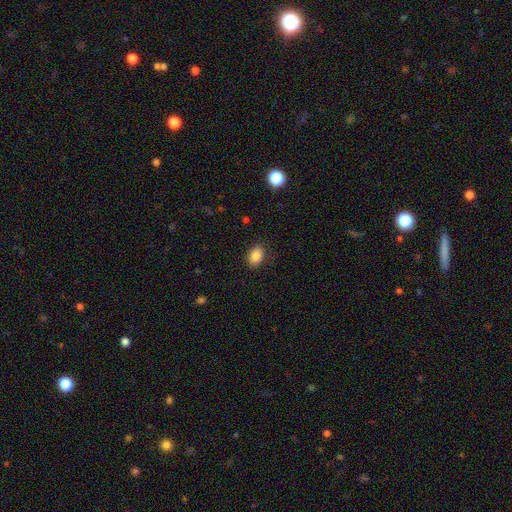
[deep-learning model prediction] Overall: smooth (87%). How rounded: in between (80%). Merging: none (85%).